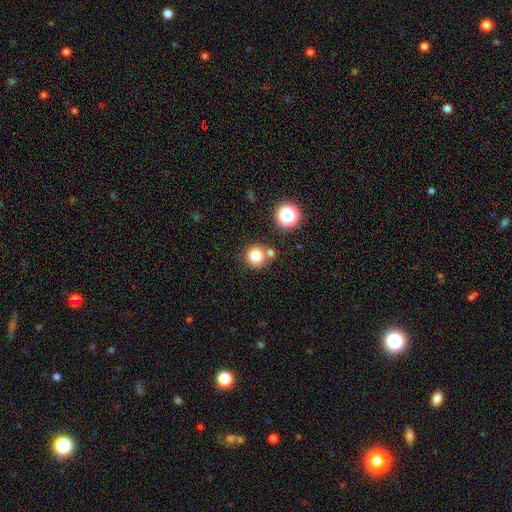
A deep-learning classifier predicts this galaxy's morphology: A smooth galaxy with no disk features (81%) that is round (93%).

Vote fractions:
- Smooth or featured? smooth: 81% / star or artifact: 13% / featured or disk: 6%
- How rounded? round: 93% / in between: 6% / cigar-shaped: 1%
- Merging? none: 71% / merger: 17% / minor disturbance: 9% / major disturbance: 4%